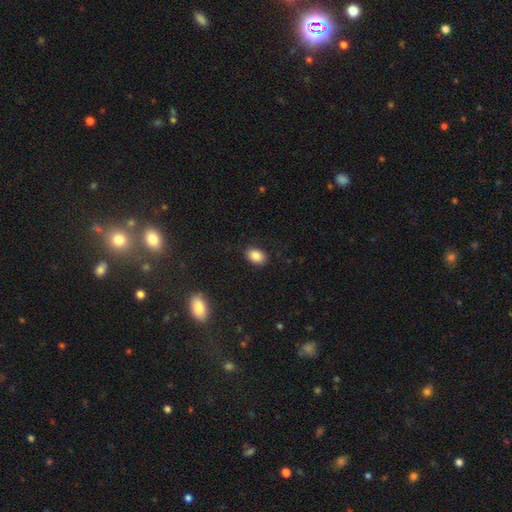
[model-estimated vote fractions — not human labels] A smooth galaxy with no disk features (87%) that is in between round and cigar-shaped (83%).

Vote fractions:
- Smooth or featured? smooth: 87% / star or artifact: 8% / featured or disk: 4%
- How rounded? in between: 83% / round: 16% / cigar-shaped: 1%
- Merging? none: 86% / minor disturbance: 10% / major disturbance: 3% / merger: 1%